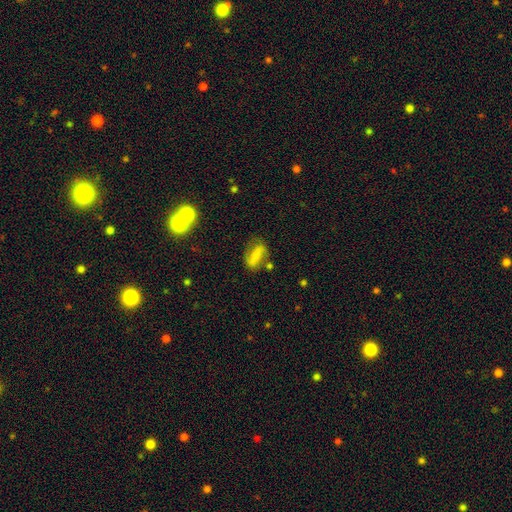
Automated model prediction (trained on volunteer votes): Smooth or featured?
  - smooth: 53% *
  - featured or disk: 37%
  - star or artifact: 10%
How rounded?
  - in between: 70% *
  - cigar-shaped: 23%
  - round: 7%
Merging?
  - none: 60% *
  - minor disturbance: 22%
  - major disturbance: 11%
  - merger: 6%